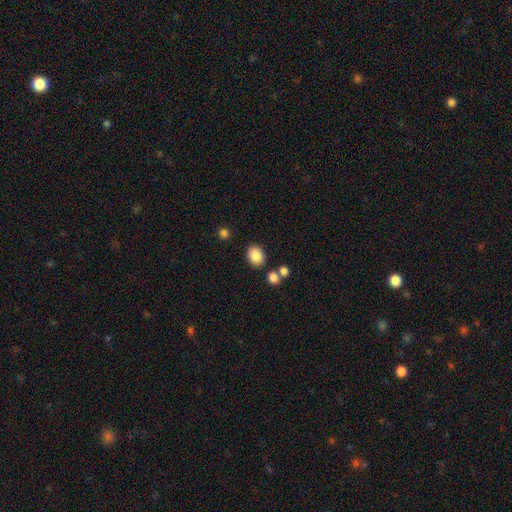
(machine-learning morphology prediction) Smooth or featured?
  - smooth: 85% *
  - star or artifact: 9%
  - featured or disk: 5%
How rounded?
  - in between: 51% *
  - round: 48%
  - cigar-shaped: 1%
Merging?
  - none: 82% *
  - minor disturbance: 9%
  - merger: 6%
  - major disturbance: 3%